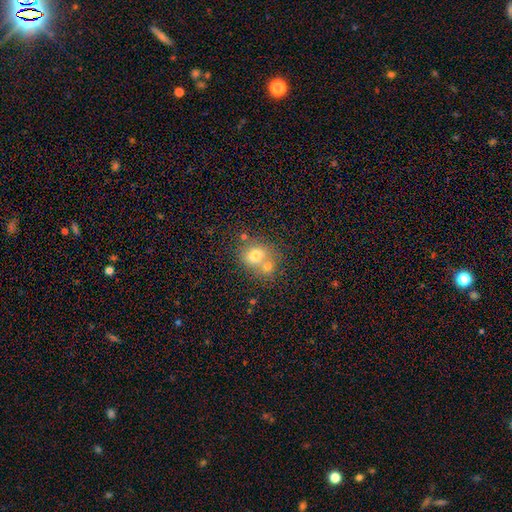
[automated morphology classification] Smooth or featured? Predicted: smooth (p=0.70). How rounded? Predicted: round (p=0.68). Merging? Predicted: merger (p=0.45).